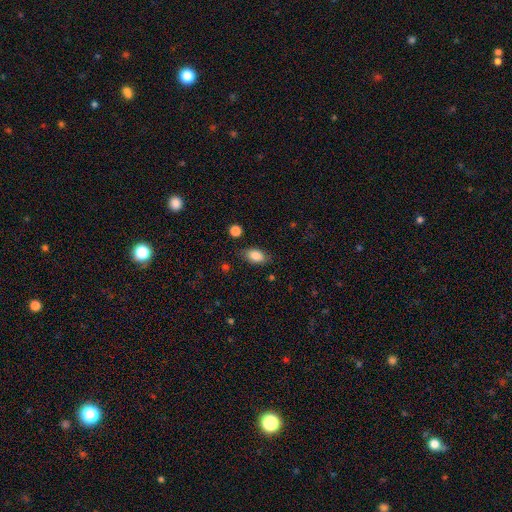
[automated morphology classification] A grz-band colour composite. It shows a smooth galaxy with no disk features (85%) that is in between round and cigar-shaped (88%). Merging: none (79%).